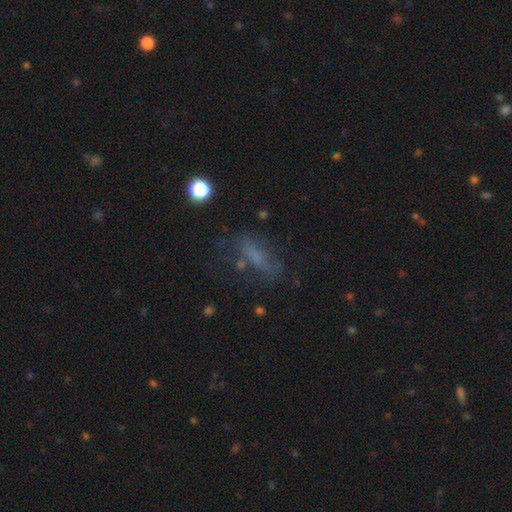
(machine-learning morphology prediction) type=smooth (49%); merging=none (53%).